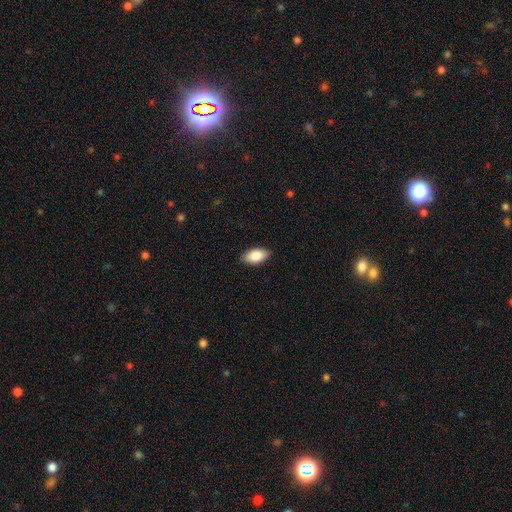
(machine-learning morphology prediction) This is clearly a smooth galaxy (87%). How rounded: clearly in between (94%). Merging: clearly none (87%).